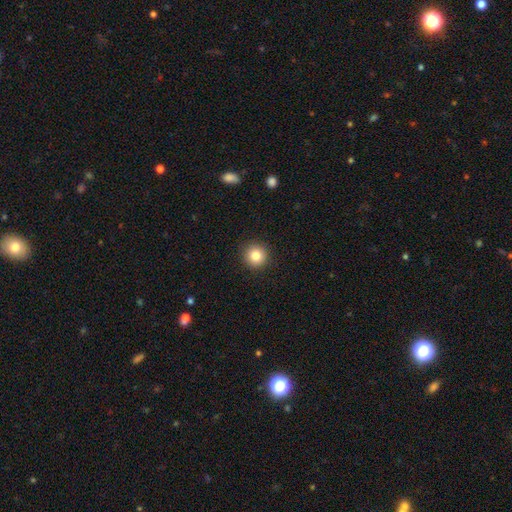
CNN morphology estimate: smooth_or_featured: smooth (p=0.83) [alt: star or artifact p=0.10]
how_rounded: round (p=0.95) [alt: in between p=0.04]
merging: none (p=0.92) [alt: minor disturbance p=0.05]